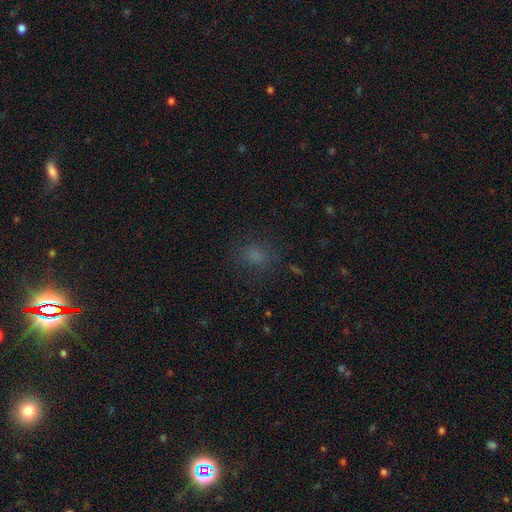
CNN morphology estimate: This appears to be a smooth galaxy with no disk features (69%) that is round (57%). Merging: none (76%).